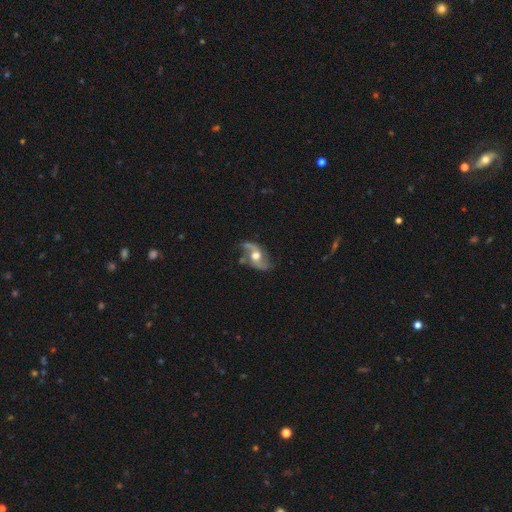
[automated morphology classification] Q: Smooth or featured?
A: featured or disk (79%); runner-up: smooth (14%)
Q: Edge-on disk?
A: no (94%); runner-up: yes (6%)
Q: Bar?
A: no (60%); runner-up: weak (31%)
Q: Spiral arms?
A: yes (88%); runner-up: no (12%)
Q: Spiral winding?
A: loose (67%); runner-up: medium (27%)
Q: Spiral arm count?
A: 2 (90%); runner-up: can't tell (3%)
Q: Bulge size?
A: moderate (60%); runner-up: large (31%)
Q: Merging?
A: none (63%); runner-up: minor disturbance (21%)